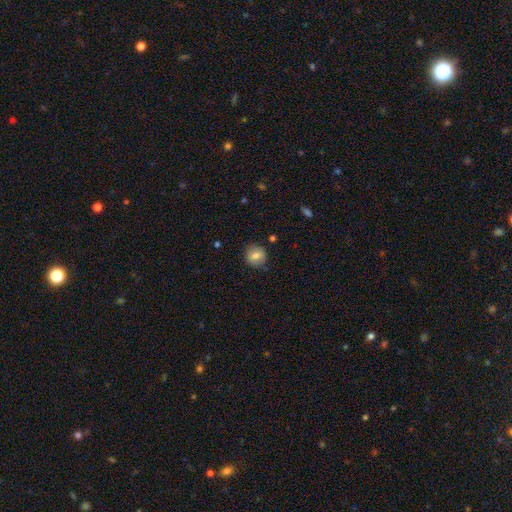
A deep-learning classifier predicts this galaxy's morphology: A smooth galaxy with no disk features (76%) that is round (83%).

Vote fractions:
- Smooth or featured? smooth: 76% / featured or disk: 15% / star or artifact: 9%
- How rounded? round: 83% / in between: 16% / cigar-shaped: 1%
- Merging? none: 82% / minor disturbance: 14% / major disturbance: 3% / merger: 1%